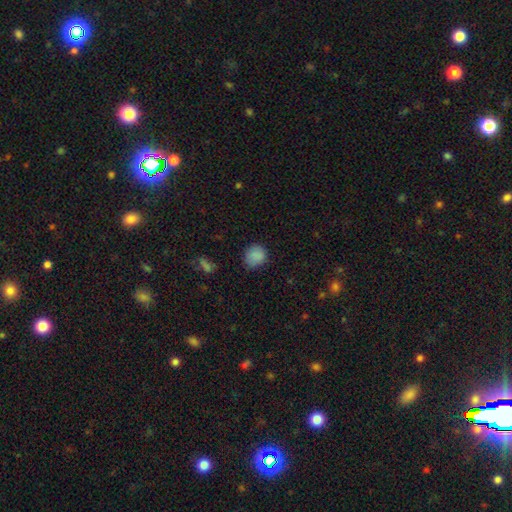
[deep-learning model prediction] Smooth or featured: smooth — 86% (star or artifact — 10%)
How rounded: round — 75% (in between — 24%)
Merging: none — 77% (minor disturbance — 18%)